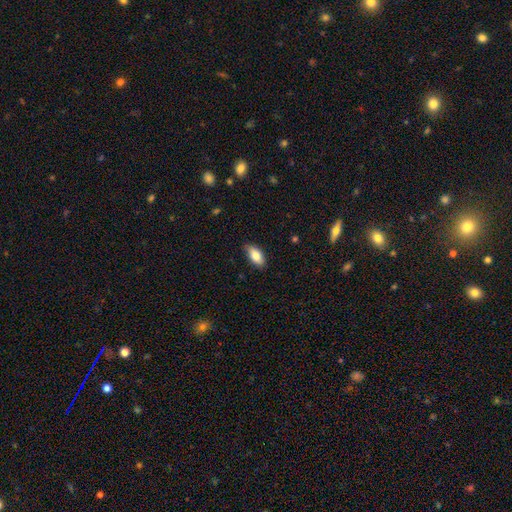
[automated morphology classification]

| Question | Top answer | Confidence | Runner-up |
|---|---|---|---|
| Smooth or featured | smooth | 82% | featured or disk (12%) |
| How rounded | in between | 89% | cigar-shaped (8%) |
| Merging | none | 83% | minor disturbance (14%) |